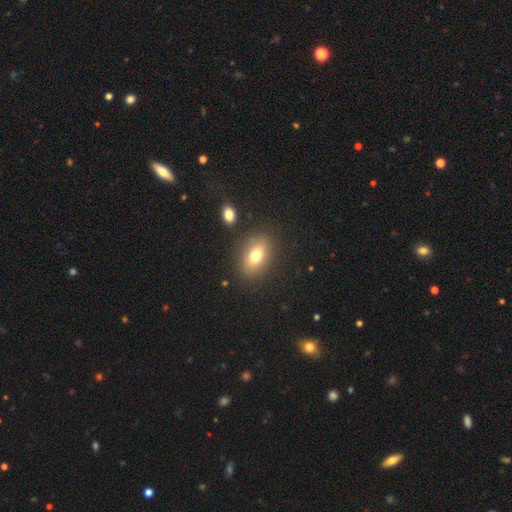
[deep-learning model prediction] smooth_or_featured: smooth (p=0.75) [alt: featured or disk p=0.15]
how_rounded: in between (p=0.85) [alt: round p=0.12]
merging: none (p=0.84) [alt: minor disturbance p=0.10]